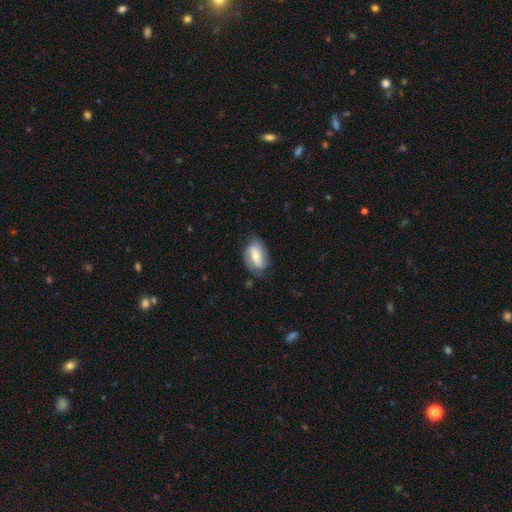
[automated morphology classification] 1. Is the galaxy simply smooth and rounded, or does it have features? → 65% featured or disk, 28% smooth, 6% star or artifact.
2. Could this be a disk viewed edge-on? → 94% no, 6% yes.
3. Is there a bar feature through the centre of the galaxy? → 42% strong, 35% weak, 23% no.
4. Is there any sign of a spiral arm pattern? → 85% yes, 15% no.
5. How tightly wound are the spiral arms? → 39% medium, 37% tight, 24% loose.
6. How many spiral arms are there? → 75% 2, 14% can't tell, 4% 3, 4% 1, 1% 4, 1% more than 4.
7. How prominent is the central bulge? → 53% moderate, 37% small, 7% large, 2% none, 1% dominant.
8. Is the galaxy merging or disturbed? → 69% none, 21% minor disturbance, 8% major disturbance, 2% merger.